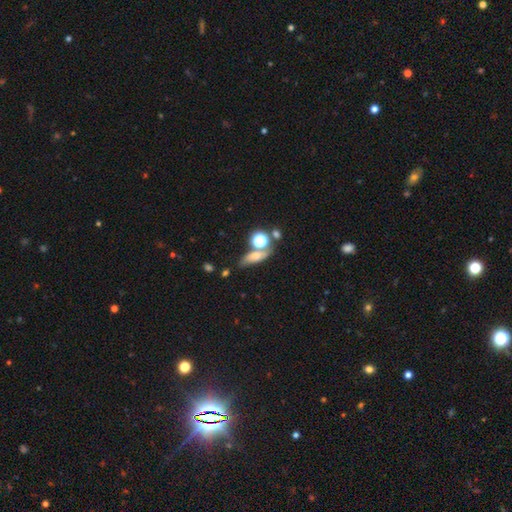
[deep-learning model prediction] smooth-or-featured: smooth: 57% | featured or disk: 25% | star or artifact: 18%
  how-rounded: in between: 46% | cigar-shaped: 30% | round: 24%
  merging: none: 53% | merger: 23% | minor disturbance: 15% | major disturbance: 8%